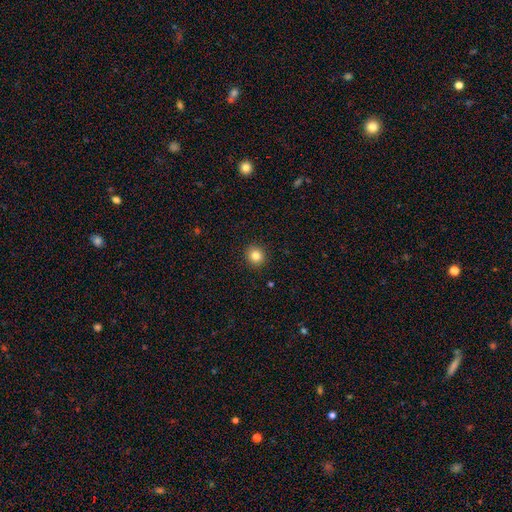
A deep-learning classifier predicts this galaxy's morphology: Smooth or featured? smooth (83%)
How rounded? round (90%)
Merging? none (92%)